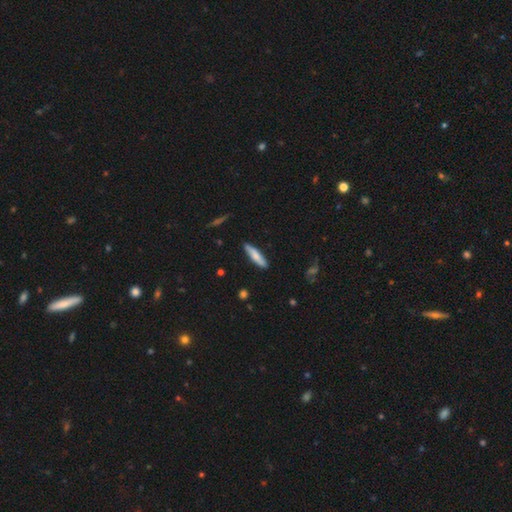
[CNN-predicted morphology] smooth_or_featured: smooth (p=0.71) [alt: featured or disk p=0.23]
how_rounded: cigar-shaped (p=0.81) [alt: in between p=0.18]
merging: none (p=0.86) [alt: minor disturbance p=0.11]